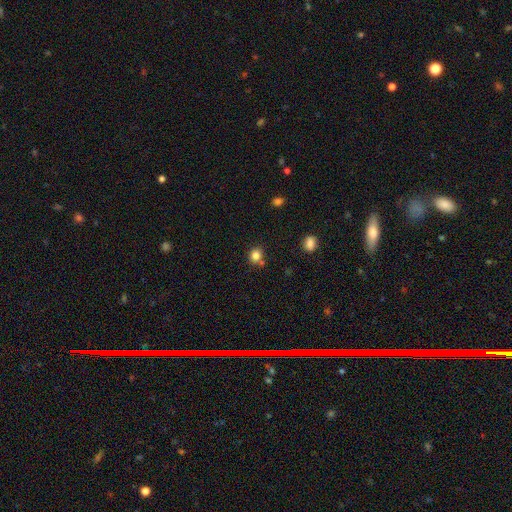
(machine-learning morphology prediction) Smooth or featured?
  - smooth: 82% *
  - star or artifact: 12%
  - featured or disk: 6%
How rounded?
  - round: 79% *
  - in between: 20%
  - cigar-shaped: 1%
Merging?
  - none: 74% *
  - merger: 12%
  - minor disturbance: 11%
  - major disturbance: 3%